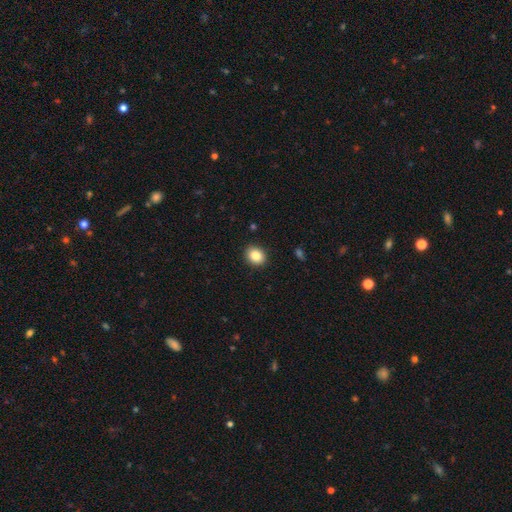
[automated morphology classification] The model was most divided on "how rounded": round: 60%, in between: 39%, cigar-shaped: 1%. More confident: merging — none (91%); smooth or featured — smooth (85%).